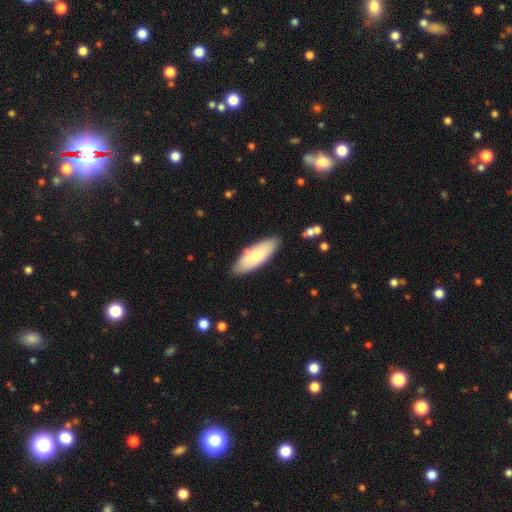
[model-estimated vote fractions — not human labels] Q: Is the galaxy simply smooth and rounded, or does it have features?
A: smooth — 77%.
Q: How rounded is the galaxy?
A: in between — 70%.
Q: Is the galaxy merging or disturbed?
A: none — 85%.